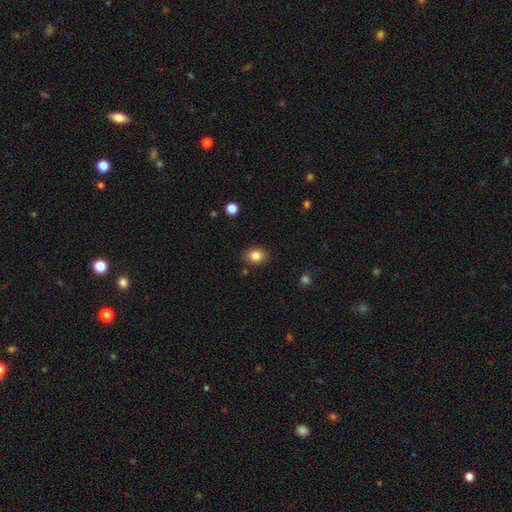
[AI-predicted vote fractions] smooth 84%, star or artifact 10%, featured or disk 7%. Down the decision tree: how rounded — in between (57%); merging — none (85%).